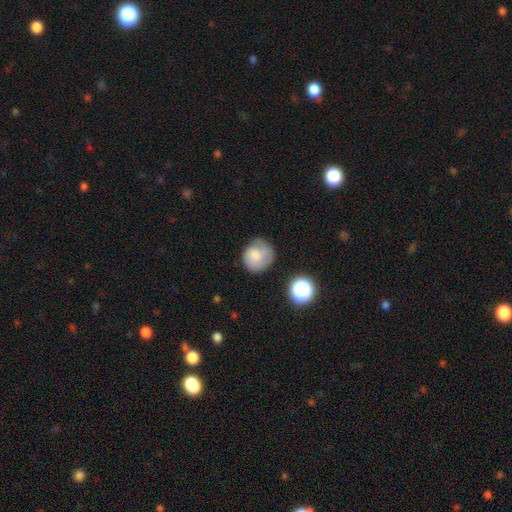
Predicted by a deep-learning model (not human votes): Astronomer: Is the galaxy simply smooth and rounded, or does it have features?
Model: smooth — 68%.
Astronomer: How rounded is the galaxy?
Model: round — 79%.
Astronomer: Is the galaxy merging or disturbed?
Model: none — 50% (runner-up: minor disturbance, 31%).